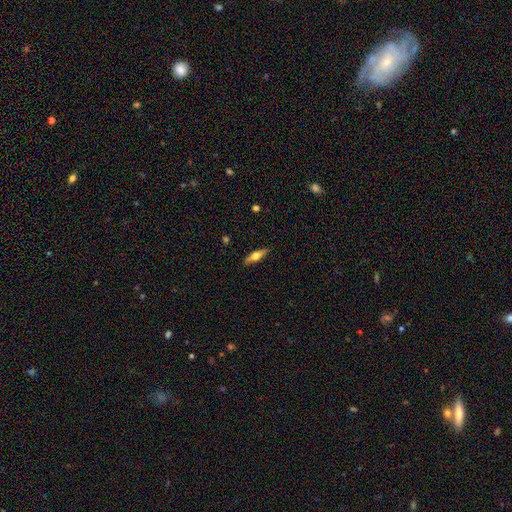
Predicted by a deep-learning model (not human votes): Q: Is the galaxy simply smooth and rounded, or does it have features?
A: featured or disk — 52%.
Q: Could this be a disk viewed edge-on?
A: yes — 93%.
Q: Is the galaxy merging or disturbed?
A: none — 88%.